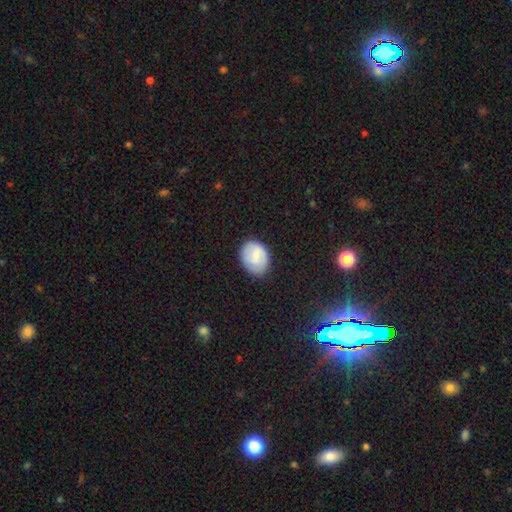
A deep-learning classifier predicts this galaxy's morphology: type=smooth (71%); roundness=in between (63%); merging=none (78%).